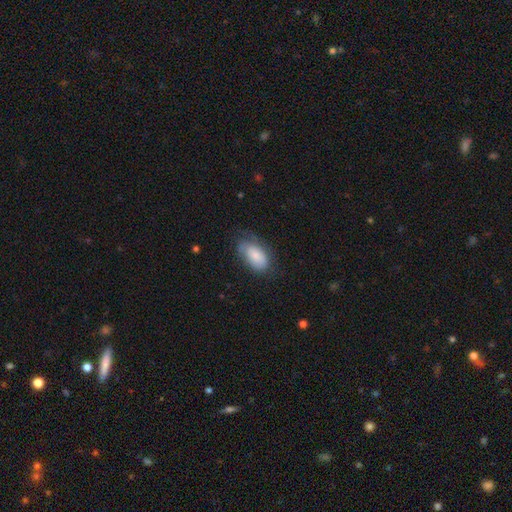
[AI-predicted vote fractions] smooth_or_featured: smooth (p=0.80) [alt: featured or disk p=0.14]
how_rounded: in between (p=0.93) [alt: round p=0.04]
merging: none (p=0.56) [alt: minor disturbance p=0.30]